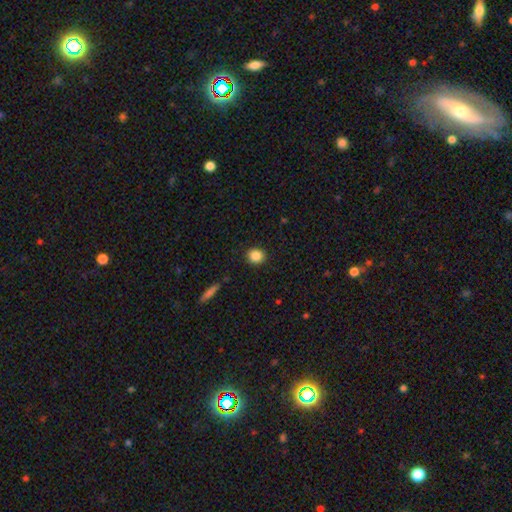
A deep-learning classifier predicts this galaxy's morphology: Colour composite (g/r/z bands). It shows a smooth galaxy with no disk features (86%) that is round (84%). Merging: none (90%).